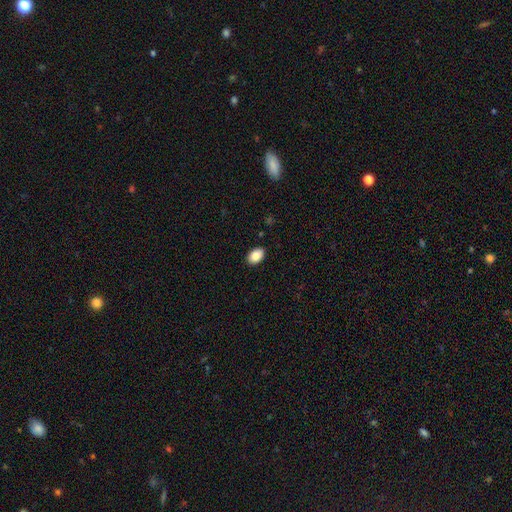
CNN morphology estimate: Overall: smooth (86%). How rounded: in between (89%). Merging: none (89%).